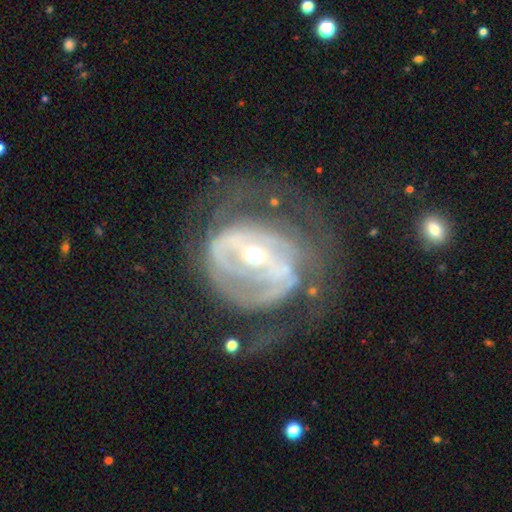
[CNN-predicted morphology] The model was most divided on "bar": strong: 41%, weak: 36%, no: 22%. Remaining: edge-on disk — no (97%); smooth or featured — featured or disk (85%); spiral arms — yes (84%); bulge size — small (65%); spiral winding — tight (50%); merging — none (45%); spiral arm count — 2 (42%).